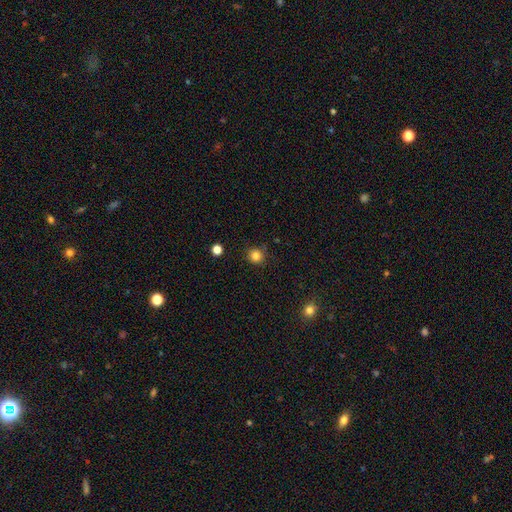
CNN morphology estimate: Q: Smooth or featured?
A: smooth (83%); runner-up: star or artifact (12%)
Q: How rounded?
A: round (92%); runner-up: in between (7%)
Q: Merging?
A: none (84%); runner-up: minor disturbance (12%)